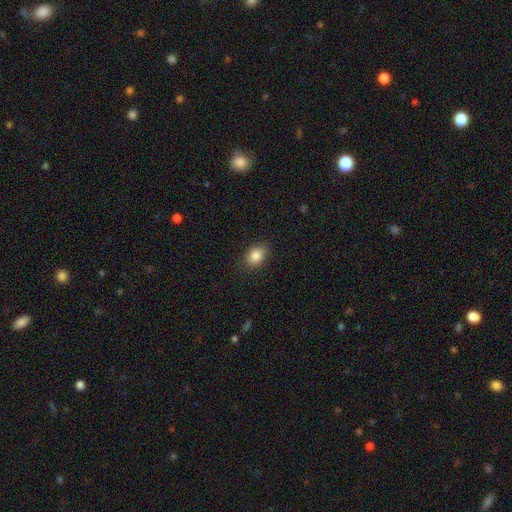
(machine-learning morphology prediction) A smooth galaxy with no disk features (86%) that is in between round and cigar-shaped (74%).

Vote fractions:
- Smooth or featured? smooth: 86% / star or artifact: 9% / featured or disk: 6%
- How rounded? in between: 74% / round: 25% / cigar-shaped: 1%
- Merging? none: 85% / minor disturbance: 11% / major disturbance: 3% / merger: 1%